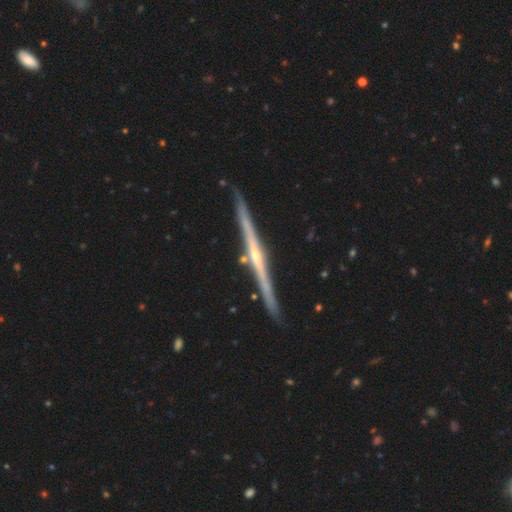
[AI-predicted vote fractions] Morphology: type=featured or disk (85%); edge-on=yes (98%); edge-on bulge=rounded (62%); merging=none (89%).